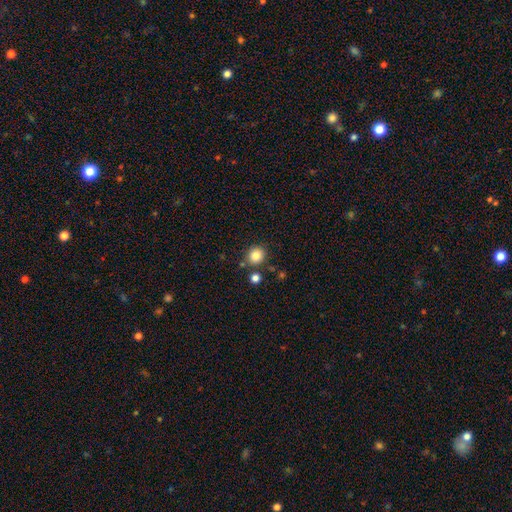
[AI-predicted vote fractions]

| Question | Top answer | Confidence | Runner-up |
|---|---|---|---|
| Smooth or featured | smooth | 84% | star or artifact (11%) |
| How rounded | round | 84% | in between (15%) |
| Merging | none | 81% | minor disturbance (9%) |